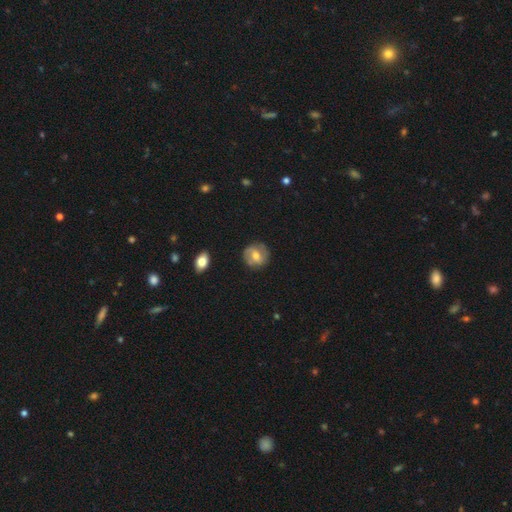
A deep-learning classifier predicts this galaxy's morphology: A featured or disk galaxy (47%).

Vote fractions:
- Smooth or featured? featured or disk: 47% / smooth: 46% / star or artifact: 7%
- Merging? none: 81% / minor disturbance: 14% / major disturbance: 4% / merger: 2%